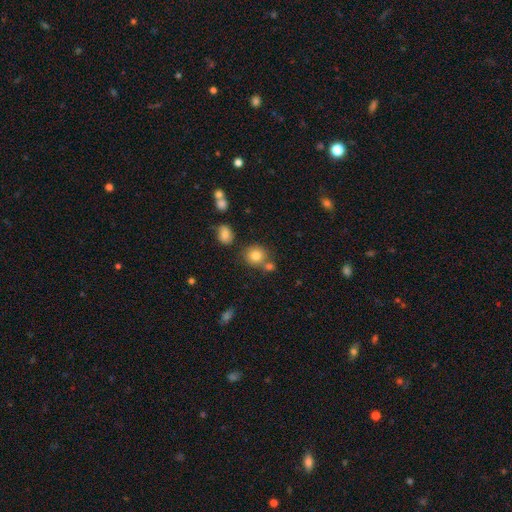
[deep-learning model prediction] The model was most divided on "merging": none: 65%, merger: 20%, minor disturbance: 11%, major disturbance: 4%. More confident: how rounded — round (84%); smooth or featured — smooth (81%).